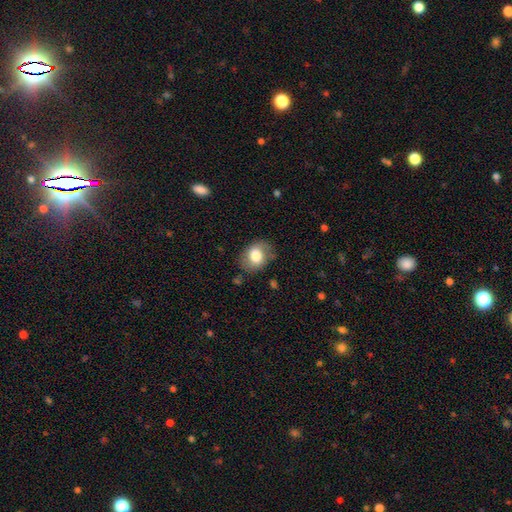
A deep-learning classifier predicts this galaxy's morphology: Smooth or featured?
  - smooth: 72% *
  - featured or disk: 21%
  - star or artifact: 7%
How rounded?
  - in between: 63% *
  - round: 36%
  - cigar-shaped: 1%
Merging?
  - none: 74% *
  - minor disturbance: 18%
  - major disturbance: 6%
  - merger: 2%